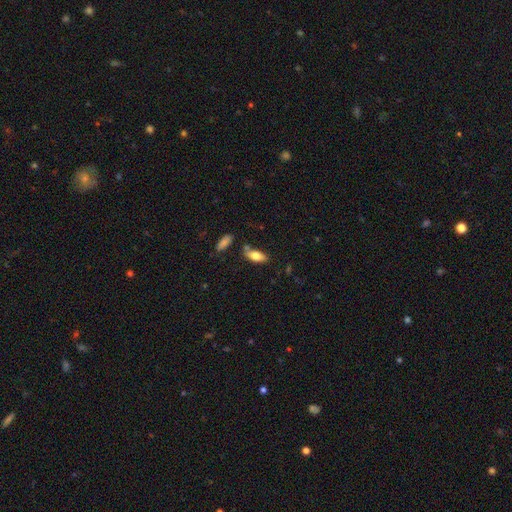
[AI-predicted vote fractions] Q: Smooth or featured?
A: smooth (74%); runner-up: featured or disk (20%)
Q: How rounded?
A: in between (80%); runner-up: cigar-shaped (18%)
Q: Merging?
A: none (68%); runner-up: minor disturbance (18%)